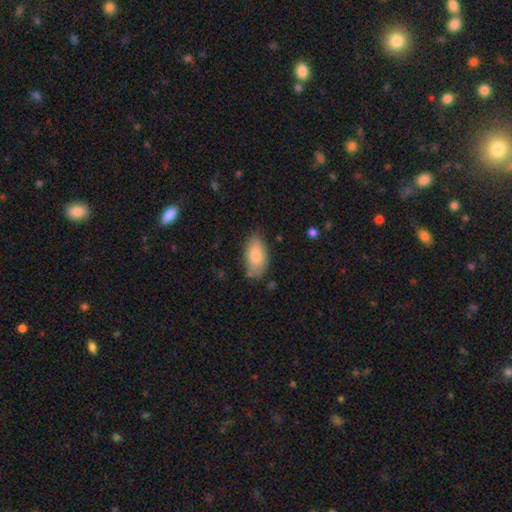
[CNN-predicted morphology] A smooth galaxy with no disk features (83%) that is in between round and cigar-shaped (93%).

Vote fractions:
- Smooth or featured? smooth: 83% / featured or disk: 11% / star or artifact: 6%
- How rounded? in between: 93% / cigar-shaped: 4% / round: 3%
- Merging? none: 71% / minor disturbance: 22% / major disturbance: 5% / merger: 3%